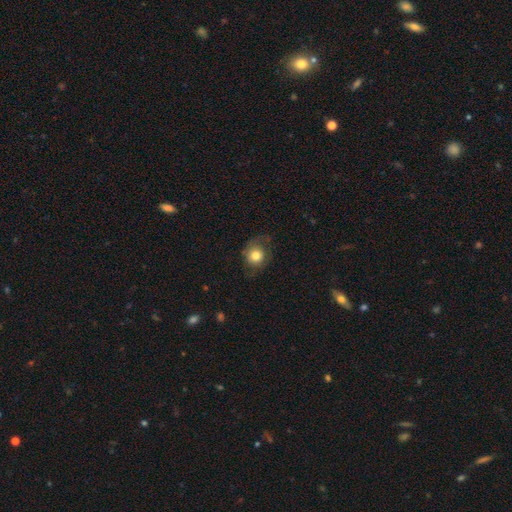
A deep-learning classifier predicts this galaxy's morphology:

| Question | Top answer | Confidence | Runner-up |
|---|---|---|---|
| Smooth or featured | smooth | 74% | featured or disk (17%) |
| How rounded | round | 81% | in between (18%) |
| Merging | none | 60% | minor disturbance (25%) |